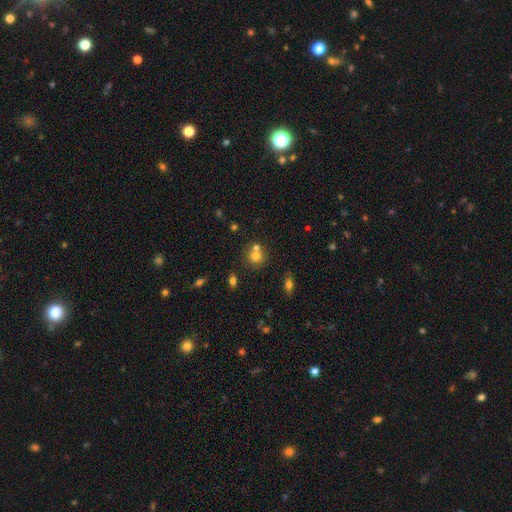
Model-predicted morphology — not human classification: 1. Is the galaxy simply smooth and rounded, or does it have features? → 71% smooth, 15% star or artifact, 14% featured or disk.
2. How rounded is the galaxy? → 83% round, 16% in between, 1% cigar-shaped.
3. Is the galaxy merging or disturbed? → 50% none, 39% merger, 8% minor disturbance, 3% major disturbance.